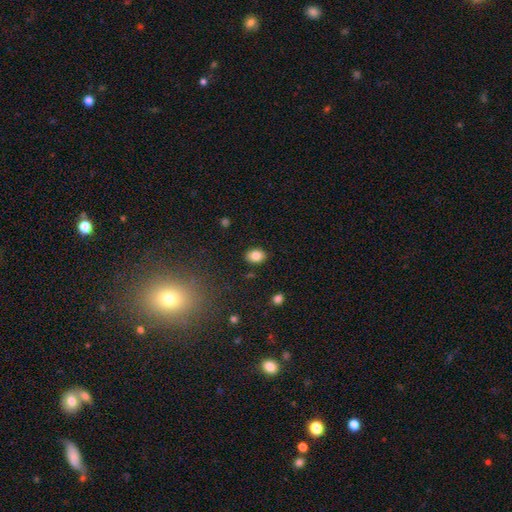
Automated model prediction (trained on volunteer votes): Q: Smooth or featured?
A: smooth (83%); runner-up: star or artifact (9%)
Q: How rounded?
A: in between (66%); runner-up: round (33%)
Q: Merging?
A: none (87%); runner-up: minor disturbance (9%)